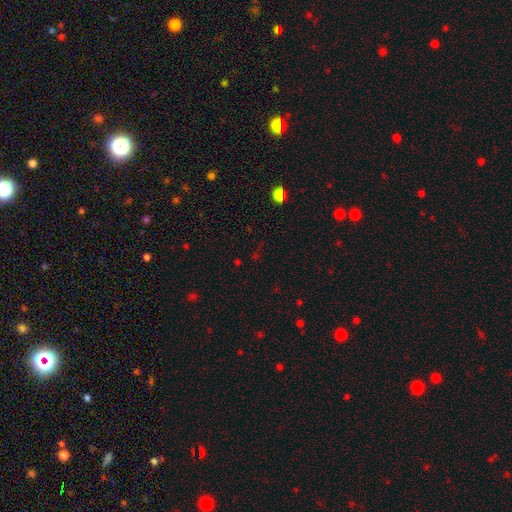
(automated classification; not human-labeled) smooth-or-featured: star or artifact: 62% | smooth: 29% | featured or disk: 8%